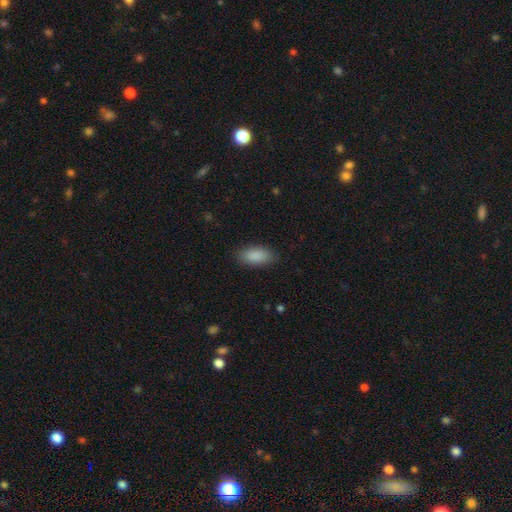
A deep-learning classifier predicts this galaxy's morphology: smooth 89%, star or artifact 6%, featured or disk 4%. Down the decision tree: how rounded — in between (90%); merging — none (86%).